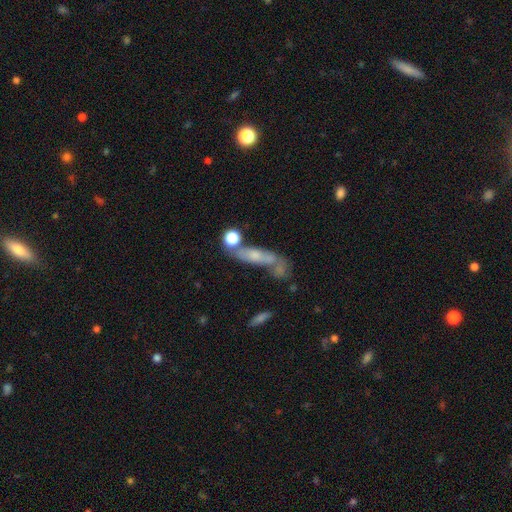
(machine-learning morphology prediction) This appears to be a smooth galaxy with no disk features (50%). Merging: none (38%).